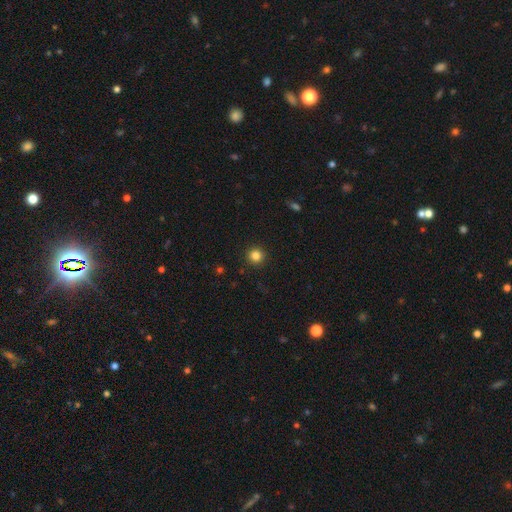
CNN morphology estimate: This appears to be a smooth galaxy with no disk features (83%) that is round (95%). Merging: none (92%).